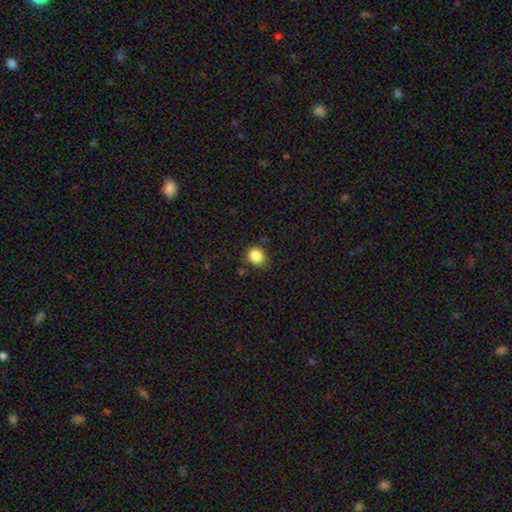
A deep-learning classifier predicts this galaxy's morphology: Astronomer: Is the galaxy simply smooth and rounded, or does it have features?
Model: smooth — 86%.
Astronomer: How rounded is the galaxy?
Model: round — 68%.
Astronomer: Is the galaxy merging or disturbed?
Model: none — 79%.